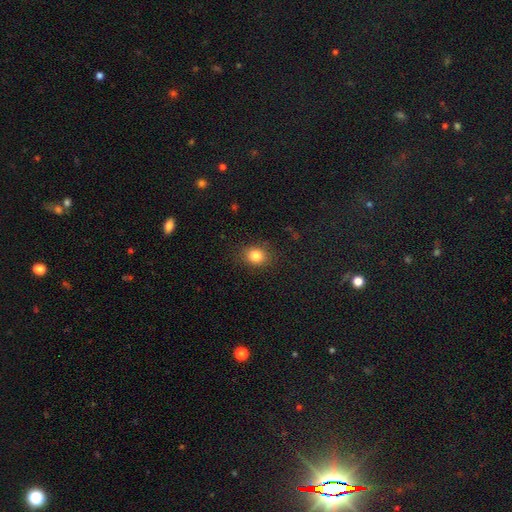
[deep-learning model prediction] This is clearly a smooth galaxy (83%). How rounded: possibly round (58%). Merging: clearly none (85%).